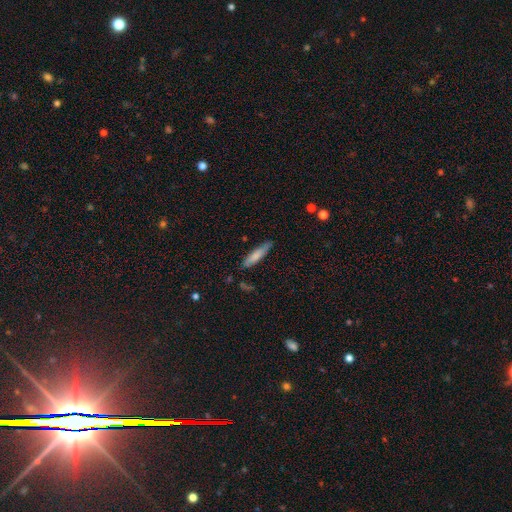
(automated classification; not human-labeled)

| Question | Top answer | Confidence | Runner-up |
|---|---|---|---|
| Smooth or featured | smooth | 76% | featured or disk (18%) |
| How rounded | cigar-shaped | 81% | in between (18%) |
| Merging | none | 79% | minor disturbance (16%) |